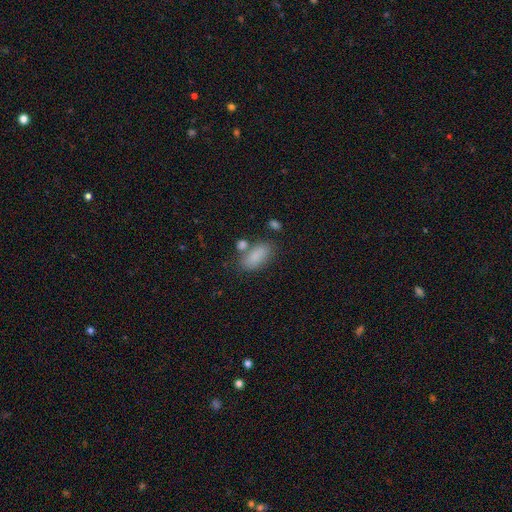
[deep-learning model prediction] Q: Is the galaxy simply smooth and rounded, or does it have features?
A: smooth — 85%.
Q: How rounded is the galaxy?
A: in between — 90%.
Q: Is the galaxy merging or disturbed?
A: none — 64%.